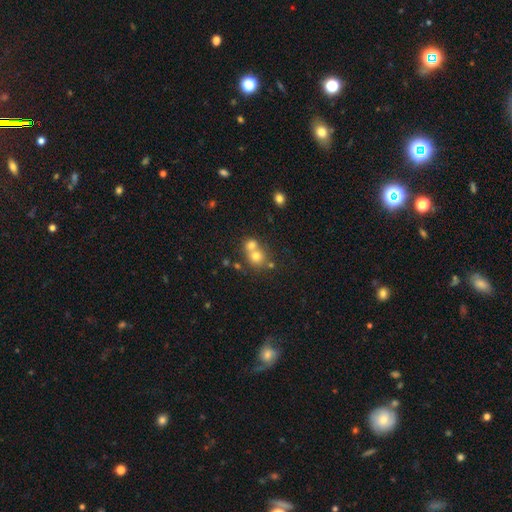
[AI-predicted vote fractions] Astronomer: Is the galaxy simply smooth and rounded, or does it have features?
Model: smooth — 70%.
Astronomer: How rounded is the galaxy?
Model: round — 80%.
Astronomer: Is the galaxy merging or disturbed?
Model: merger — 56% (runner-up: none, 36%).